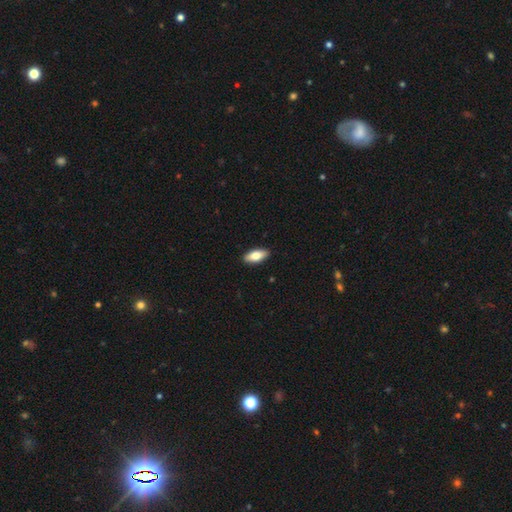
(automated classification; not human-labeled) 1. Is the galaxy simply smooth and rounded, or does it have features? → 77% smooth, 17% featured or disk, 6% star or artifact.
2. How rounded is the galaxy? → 83% in between, 15% cigar-shaped, 2% round.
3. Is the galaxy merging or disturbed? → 90% none, 7% minor disturbance, 1% major disturbance, 1% merger.